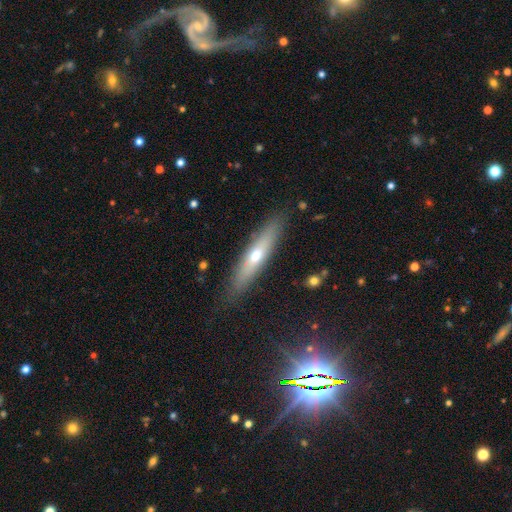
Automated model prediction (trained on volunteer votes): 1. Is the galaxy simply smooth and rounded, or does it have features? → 47% featured or disk, 46% smooth, 7% star or artifact.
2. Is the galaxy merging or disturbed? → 86% none, 10% minor disturbance, 2% major disturbance, 1% merger.